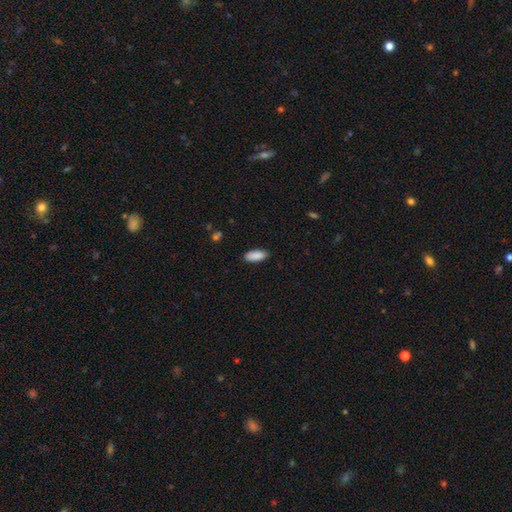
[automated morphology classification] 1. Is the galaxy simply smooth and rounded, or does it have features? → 90% smooth, 6% star or artifact, 4% featured or disk.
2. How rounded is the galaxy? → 84% in between, 14% cigar-shaped, 2% round.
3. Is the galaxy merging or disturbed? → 88% none, 9% minor disturbance, 2% major disturbance, 1% merger.